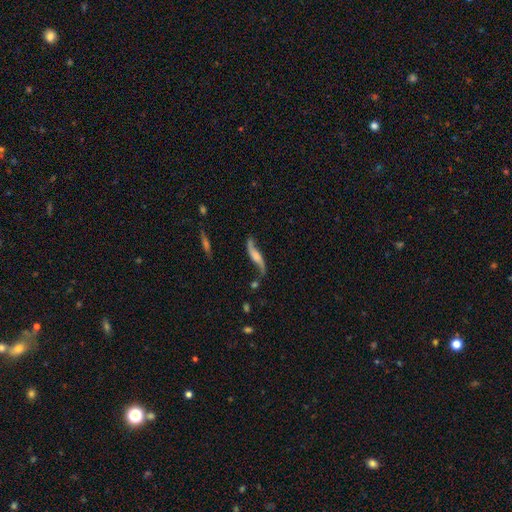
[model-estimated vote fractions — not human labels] Morphology: type=featured or disk (73%); edge-on=no (73%); bar=no (56%); spiral arms=yes (91%); bulge=none (41%); merging=none (60%).